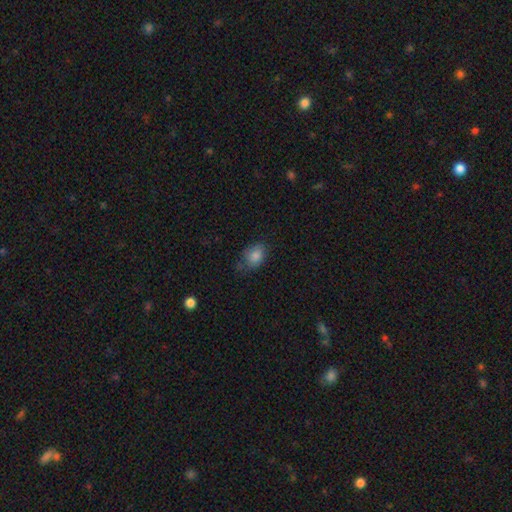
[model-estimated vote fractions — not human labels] Smooth or featured? Predicted: smooth (p=0.84). How rounded? Predicted: in between (p=0.74). Merging? Predicted: none (p=0.60).